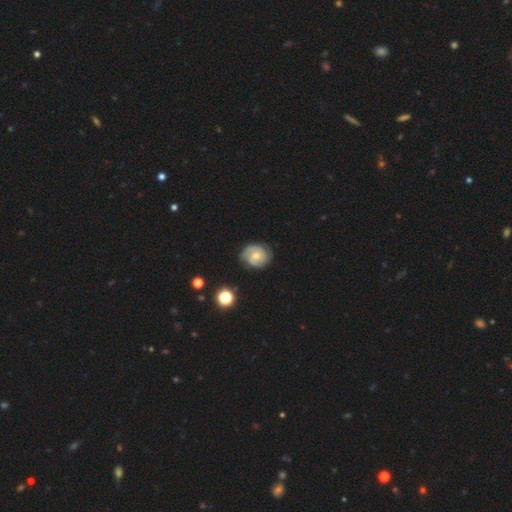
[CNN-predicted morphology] featured or disk 68%, smooth 24%, star or artifact 7%. Down the decision tree: edge-on disk — no (98%); bar — no (53%); spiral arms — yes (93%); spiral arm count — 2 (57%); spiral winding — tight (51%); bulge size — small (46%); merging — none (74%).